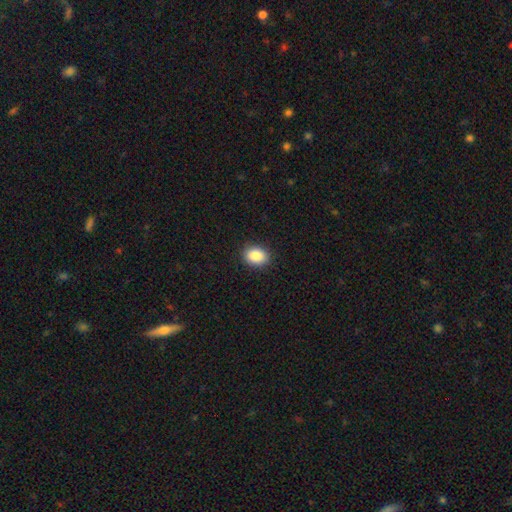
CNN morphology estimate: smooth 88%, star or artifact 8%, featured or disk 4%. Down the decision tree: how rounded — in between (63%); merging — none (89%).